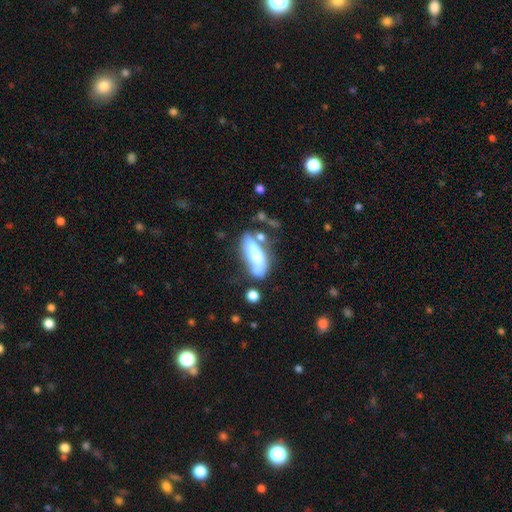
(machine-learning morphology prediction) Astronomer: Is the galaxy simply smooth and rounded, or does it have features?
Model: smooth — 59% (runner-up: featured or disk, 34%).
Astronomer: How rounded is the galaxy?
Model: in between — 63%.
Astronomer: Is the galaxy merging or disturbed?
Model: none — 37% (runner-up: minor disturbance, 24%).